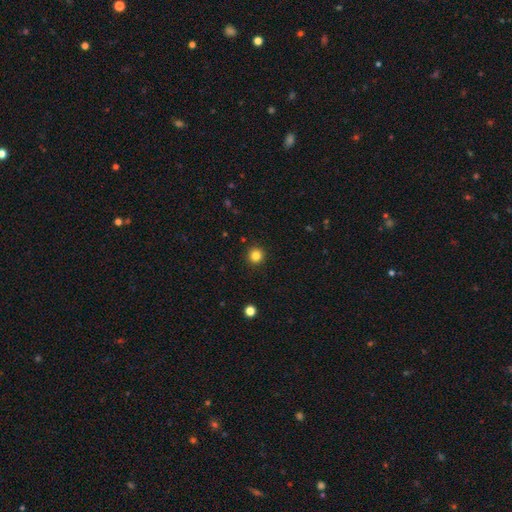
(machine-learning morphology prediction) The model was most divided on "smooth or featured": smooth: 83%, star or artifact: 12%, featured or disk: 5%. More confident: how rounded — round (95%); merging — none (93%).